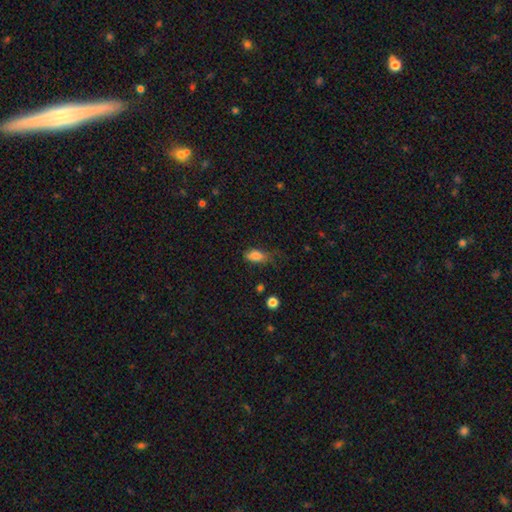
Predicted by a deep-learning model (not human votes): Q: Smooth or featured?
A: smooth (81%); runner-up: featured or disk (10%)
Q: How rounded?
A: in between (85%); runner-up: cigar-shaped (9%)
Q: Merging?
A: none (48%); runner-up: minor disturbance (35%)